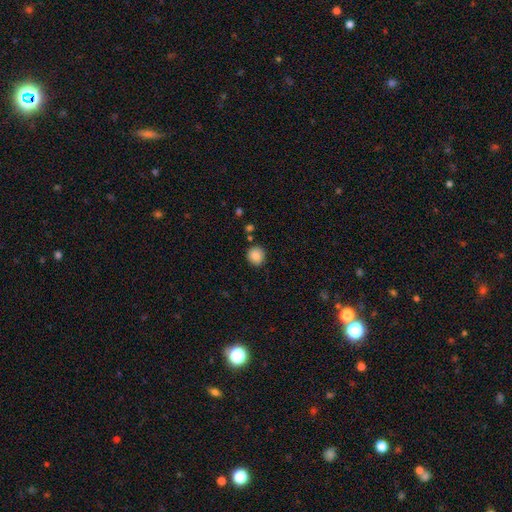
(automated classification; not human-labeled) This is clearly a smooth galaxy (87%). How rounded: clearly round (87%). Merging: clearly none (85%).